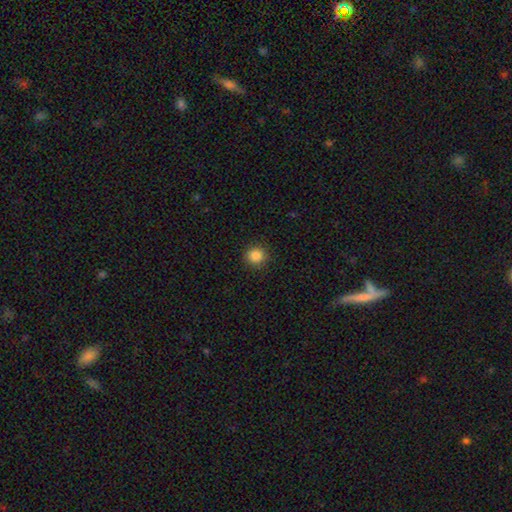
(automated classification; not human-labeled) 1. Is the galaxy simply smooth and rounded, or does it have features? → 86% smooth, 11% star or artifact, 3% featured or disk.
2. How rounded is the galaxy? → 92% round, 7% in between, 1% cigar-shaped.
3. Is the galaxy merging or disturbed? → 91% none, 6% minor disturbance, 2% major disturbance, 1% merger.